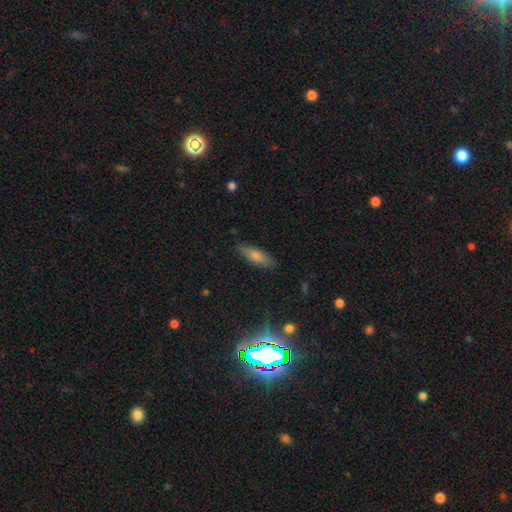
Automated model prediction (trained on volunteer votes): smooth 60%, featured or disk 24%, star or artifact 16%. Down the decision tree: how rounded — cigar-shaped (49%); merging — none (86%).